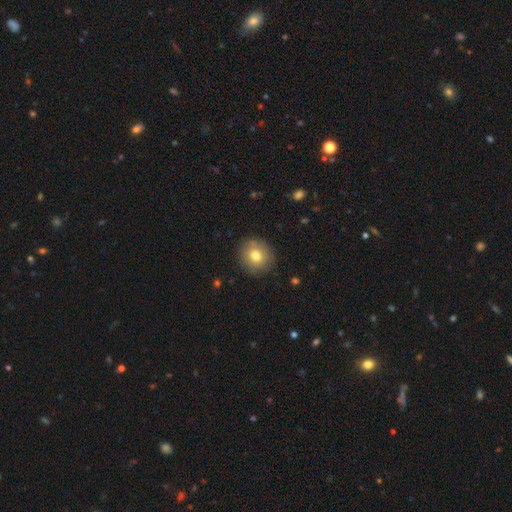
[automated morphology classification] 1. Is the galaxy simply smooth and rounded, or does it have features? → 77% smooth, 13% featured or disk, 9% star or artifact.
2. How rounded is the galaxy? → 87% round, 12% in between, 1% cigar-shaped.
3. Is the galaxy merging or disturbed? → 87% none, 9% minor disturbance, 3% major disturbance, 1% merger.